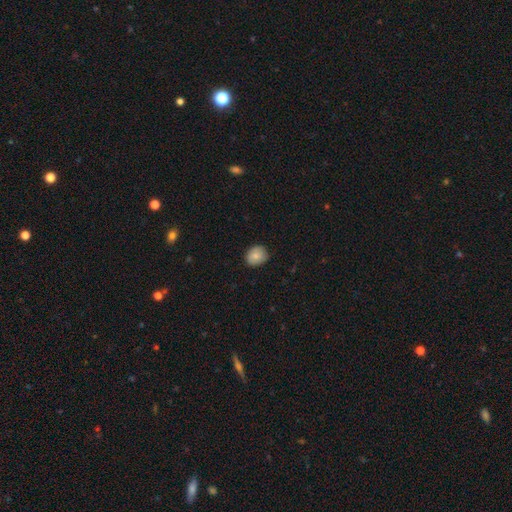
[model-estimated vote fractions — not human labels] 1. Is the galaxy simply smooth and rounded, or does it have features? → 80% smooth, 13% featured or disk, 7% star or artifact.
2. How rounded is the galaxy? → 63% round, 36% in between, 1% cigar-shaped.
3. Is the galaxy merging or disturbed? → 80% none, 16% minor disturbance, 3% major disturbance, 1% merger.